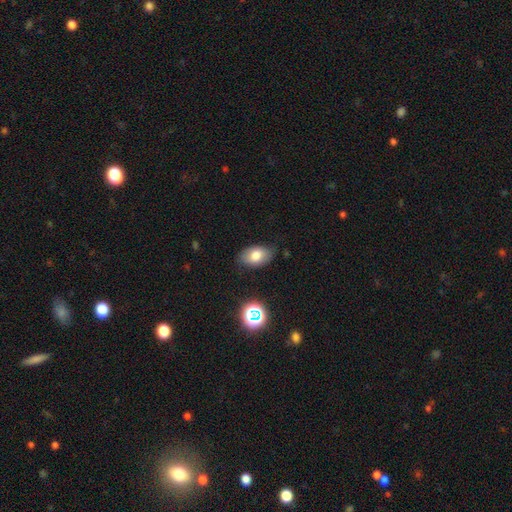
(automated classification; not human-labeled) A smooth galaxy with no disk features (76%) that is in between round and cigar-shaped (89%). Merging: none (78%).